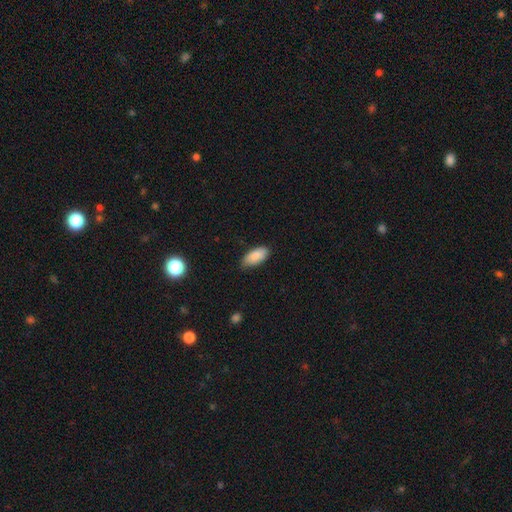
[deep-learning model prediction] Smooth or featured? smooth (87%)
How rounded? in between (90%)
Merging? none (76%)